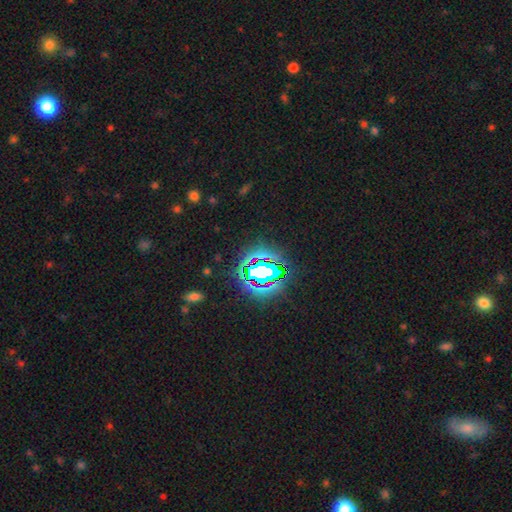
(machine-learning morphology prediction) This appears to be a star or artifact, not a galaxy (82%).